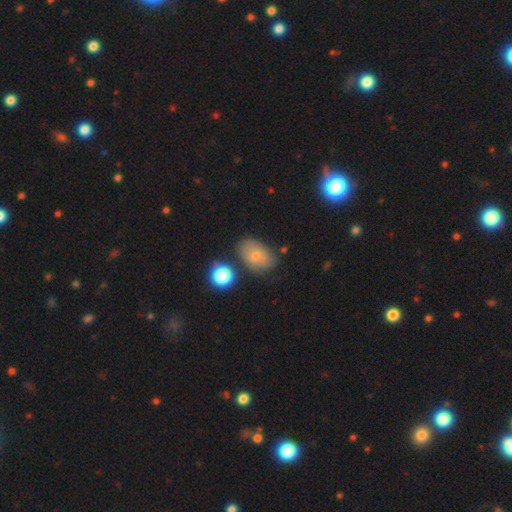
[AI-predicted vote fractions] This appears to be a smooth galaxy with no disk features (70%) that is in between round and cigar-shaped (84%). Merging: none (66%).